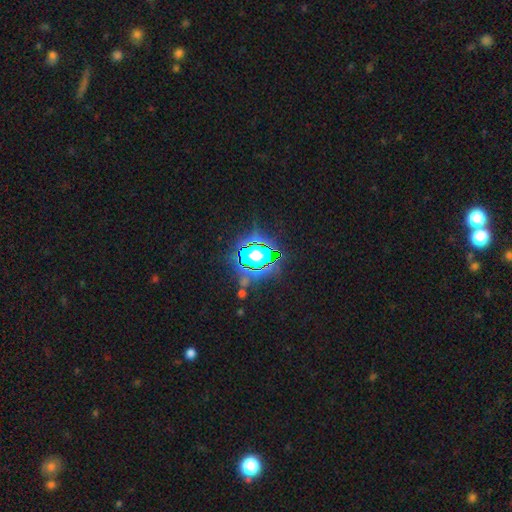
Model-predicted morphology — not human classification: This appears to be a star or artifact, not a galaxy (63%).